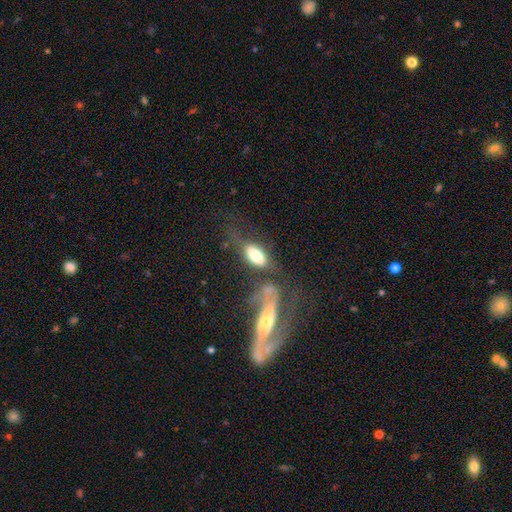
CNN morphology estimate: smooth 64%, featured or disk 28%, star or artifact 8%. Down the decision tree: how rounded — in between (88%); merging — merger (34%).